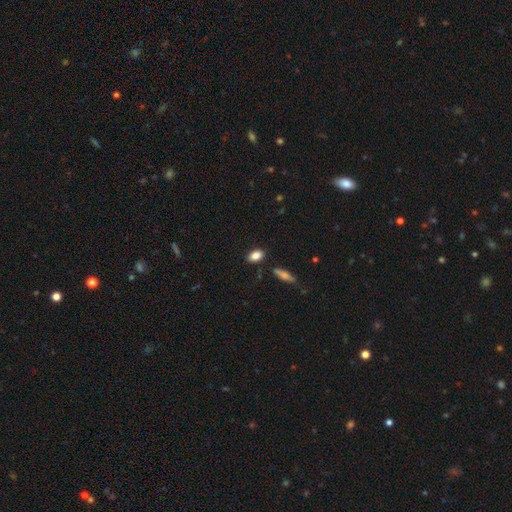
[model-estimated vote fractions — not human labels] A smooth galaxy with no disk features (86%) that is in between round and cigar-shaped (86%). Merging: none (84%).